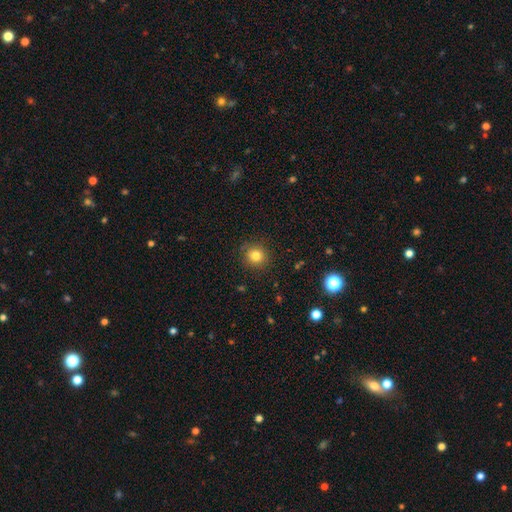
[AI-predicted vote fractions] Smooth or featured? smooth (80%)
How rounded? round (87%)
Merging? none (87%)